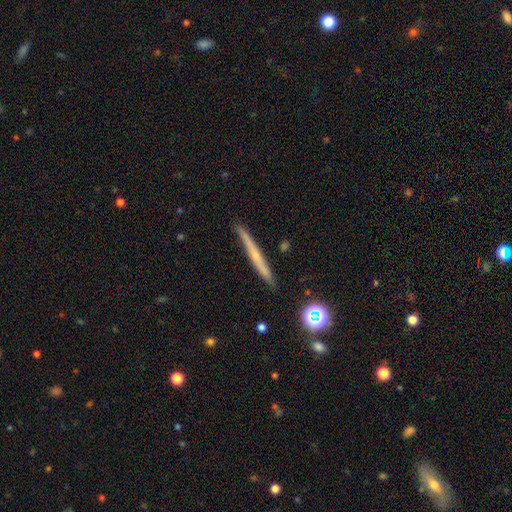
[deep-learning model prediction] Q: Smooth or featured?
A: featured or disk (54%); runner-up: smooth (37%)
Q: Edge-on disk?
A: yes (96%); runner-up: no (4%)
Q: Edge-on bulge?
A: none (64%); runner-up: rounded (32%)
Q: Merging?
A: none (88%); runner-up: minor disturbance (9%)